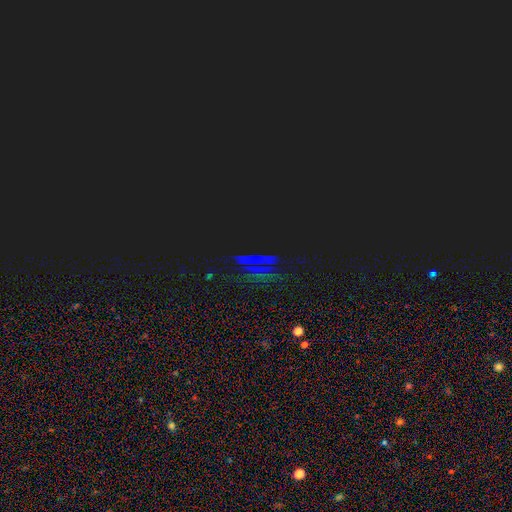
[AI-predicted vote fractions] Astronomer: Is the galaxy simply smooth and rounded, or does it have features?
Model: star or artifact — 77%.